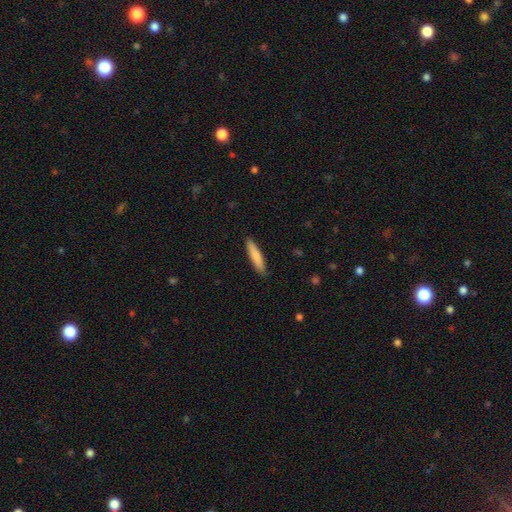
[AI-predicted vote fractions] The model was most divided on "smooth or featured": smooth: 77%, featured or disk: 17%, star or artifact: 5%. More confident: merging — none (87%); how rounded — cigar-shaped (84%).